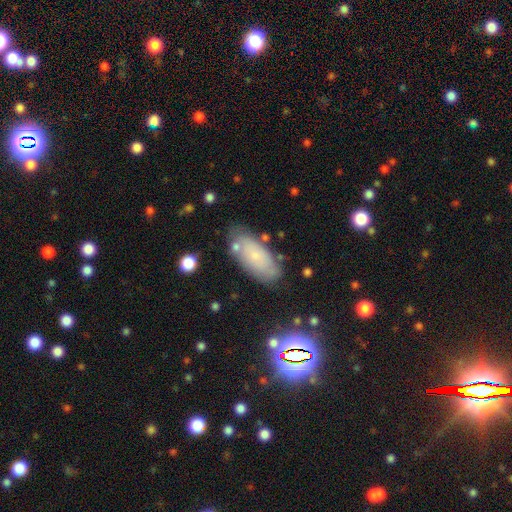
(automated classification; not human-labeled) smooth 62%, featured or disk 29%, star or artifact 10%. Down the decision tree: how rounded — in between (87%); merging — none (71%).